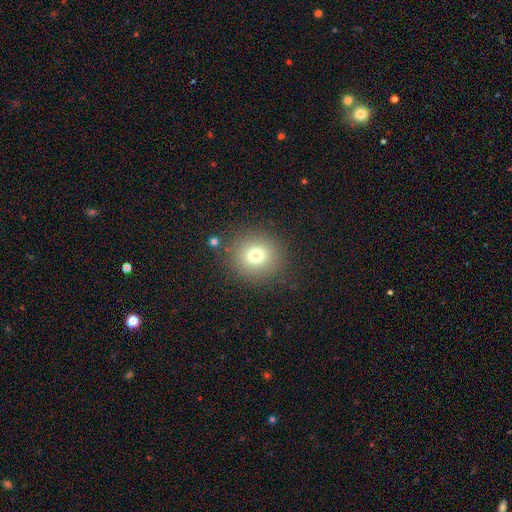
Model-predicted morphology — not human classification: Overall: smooth (75%). How rounded: round (88%). Merging: none (85%).